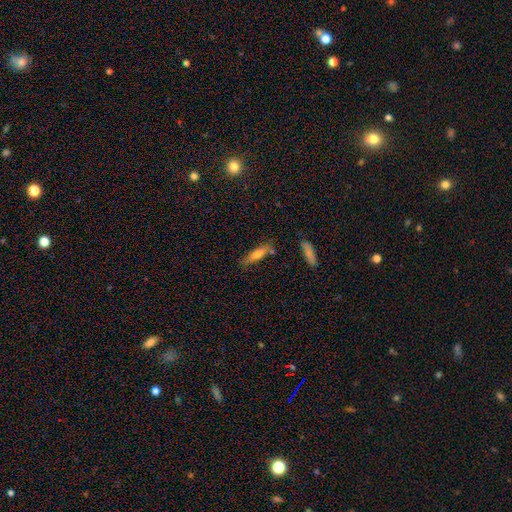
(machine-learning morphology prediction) A smooth galaxy with no disk features (61%) that is cigar-shaped (77%). Merging: none (77%).